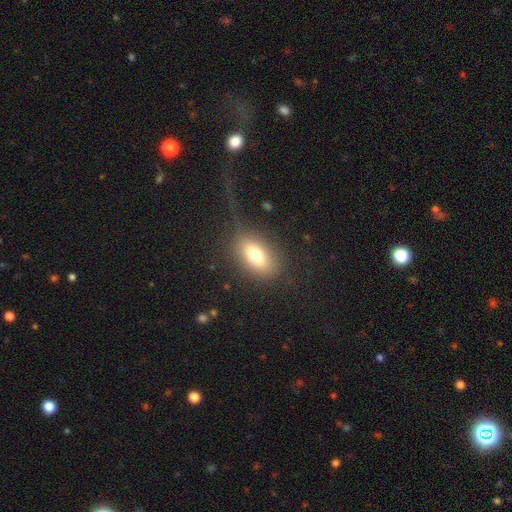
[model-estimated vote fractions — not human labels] A smooth galaxy with no disk features (70%) that is in between round and cigar-shaped (84%).

Vote fractions:
- Smooth or featured? smooth: 70% / featured or disk: 19% / star or artifact: 10%
- How rounded? in between: 84% / round: 9% / cigar-shaped: 7%
- Merging? none: 63% / major disturbance: 19% / minor disturbance: 16% / merger: 3%